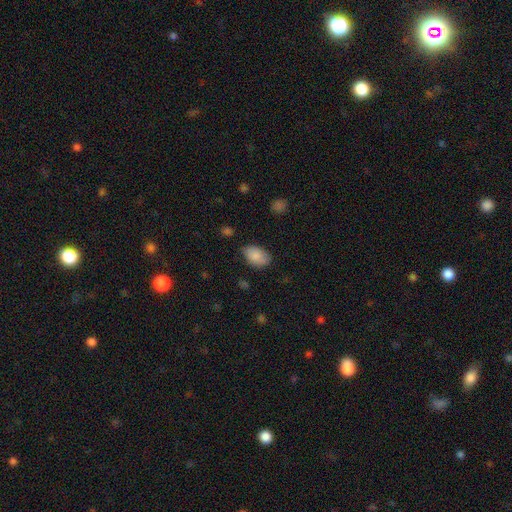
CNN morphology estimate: This is clearly a smooth galaxy (86%). How rounded: clearly in between (91%). Merging: likely none (73%).